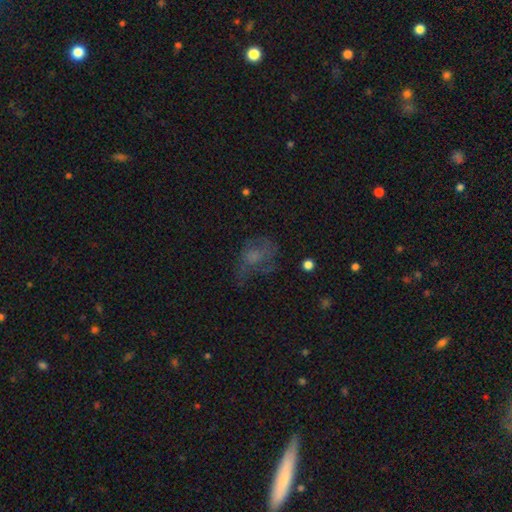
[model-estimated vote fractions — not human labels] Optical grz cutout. It shows a smooth galaxy with no disk features (47%). Merging: major disturbance (39%).